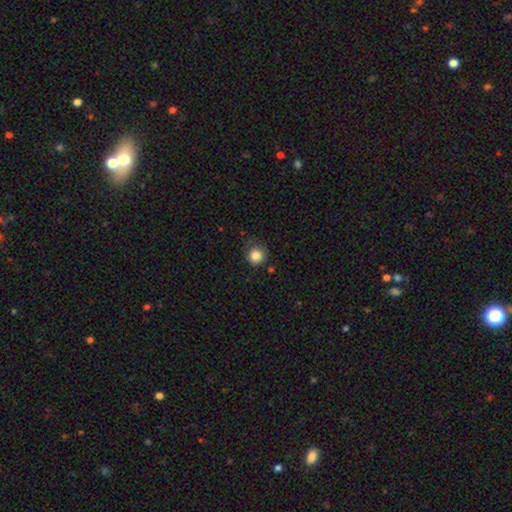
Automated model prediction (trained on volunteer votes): A smooth galaxy with no disk features (84%) that is round (92%). Merging: none (71%).